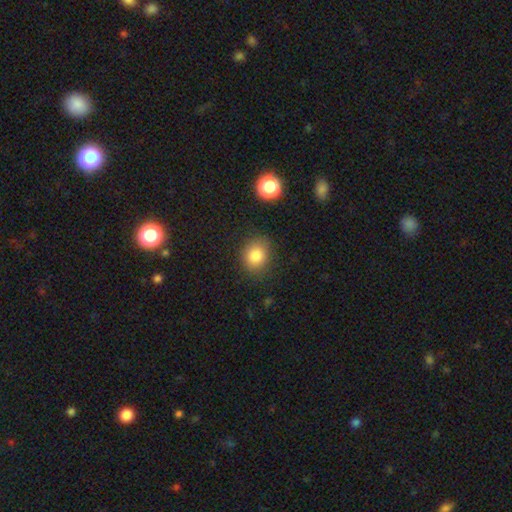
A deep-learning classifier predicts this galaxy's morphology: Overall: smooth (83%). How rounded: round (63%; in between 36%). Merging: none (80%).